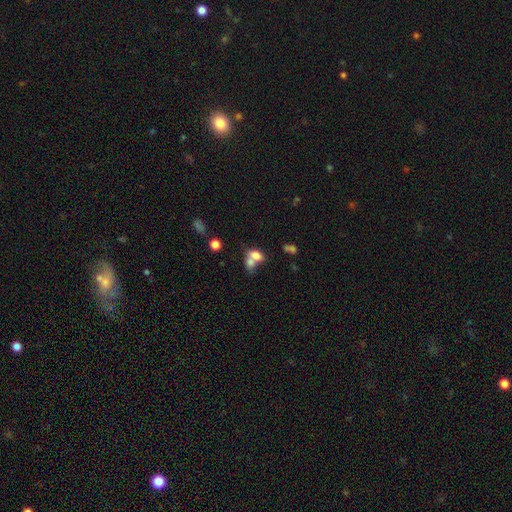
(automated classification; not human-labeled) This appears to be a smooth galaxy with no disk features (73%) that is in between round and cigar-shaped (79%). Merging: merger (62%).